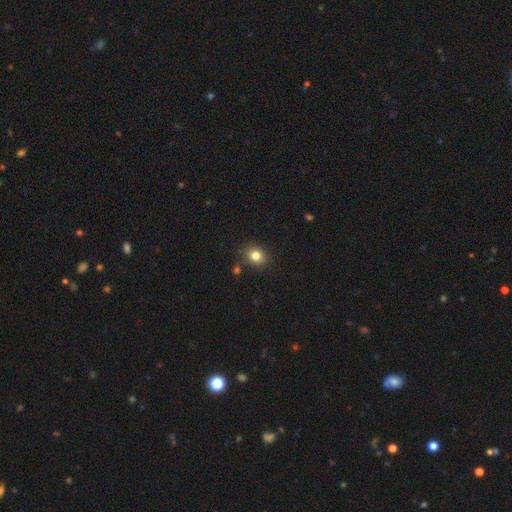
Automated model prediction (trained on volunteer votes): This is clearly a smooth galaxy (82%). How rounded: likely round (70%). Merging: clearly none (83%).